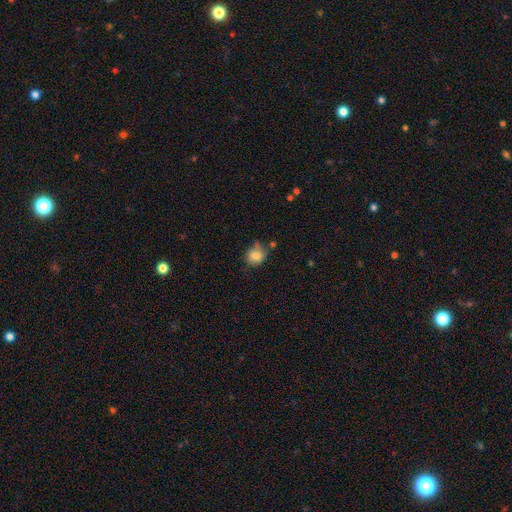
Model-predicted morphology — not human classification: The model was most divided on "merging": none: 62%, minor disturbance: 25%, merger: 7%, major disturbance: 6%. More confident: smooth or featured — smooth (81%); how rounded — round (70%).